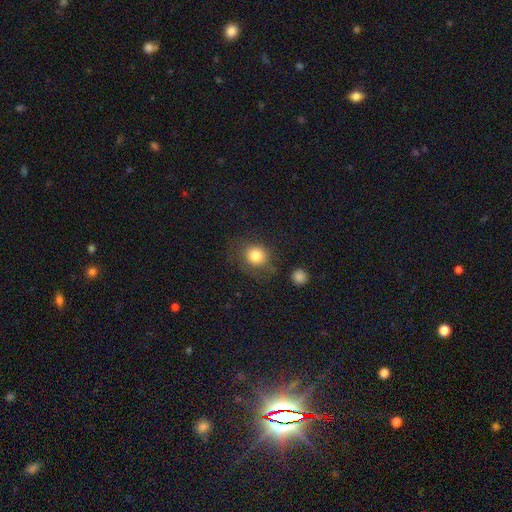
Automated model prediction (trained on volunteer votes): smooth-or-featured: smooth: 82% | star or artifact: 10% | featured or disk: 8%
  how-rounded: round: 79% | in between: 20% | cigar-shaped: 1%
  merging: none: 67% | minor disturbance: 19% | major disturbance: 10% | merger: 4%